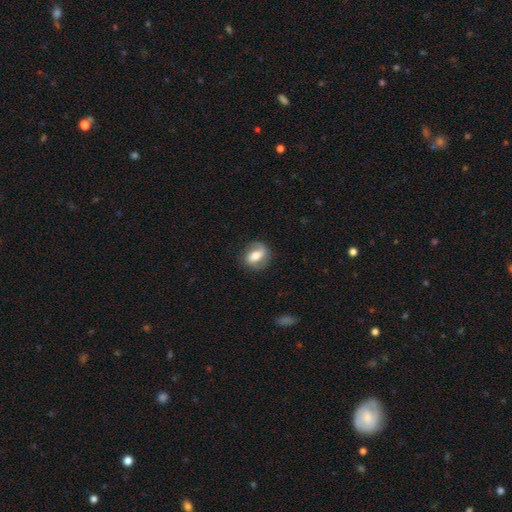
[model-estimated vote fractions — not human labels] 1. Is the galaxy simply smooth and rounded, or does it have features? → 55% featured or disk, 38% smooth, 7% star or artifact.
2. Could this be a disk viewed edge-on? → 94% no, 6% yes.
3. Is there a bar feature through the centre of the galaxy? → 39% weak, 36% strong, 25% no.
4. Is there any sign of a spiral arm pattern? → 79% yes, 21% no.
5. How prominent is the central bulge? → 61% moderate, 19% large, 16% small, 2% dominant, 2% none.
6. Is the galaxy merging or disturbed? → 75% none, 17% minor disturbance, 7% major disturbance, 1% merger.